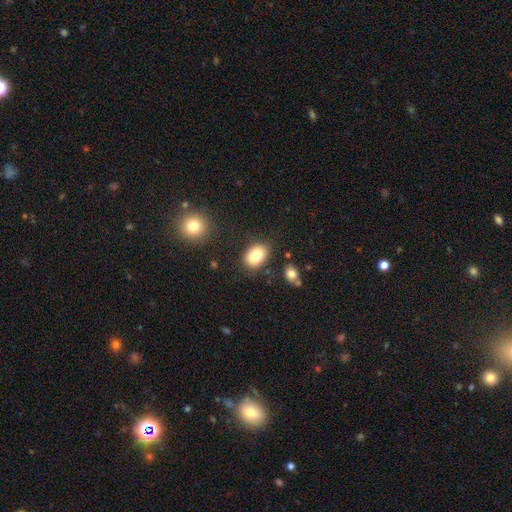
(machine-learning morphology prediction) Smooth or featured? Predicted: smooth (p=0.84). How rounded? Predicted: in between (p=0.79). Merging? Predicted: none (p=0.81).